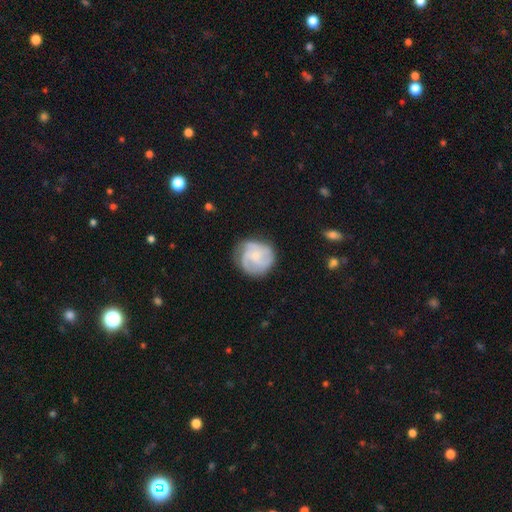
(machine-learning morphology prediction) The model was most divided on "spiral winding": medium: 43%, tight: 41%, loose: 16%. Remaining: edge-on disk — no (98%); spiral arms — yes (91%); bar — no (71%); merging — none (70%); smooth or featured — featured or disk (64%); bulge size — small (52%); spiral arm count — 3 (49%).